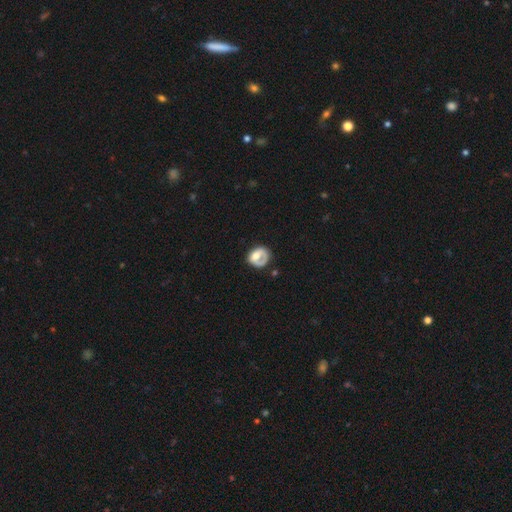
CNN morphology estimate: This appears to be a smooth galaxy with no disk features (53%) that is round (63%). Merging: none (47%).